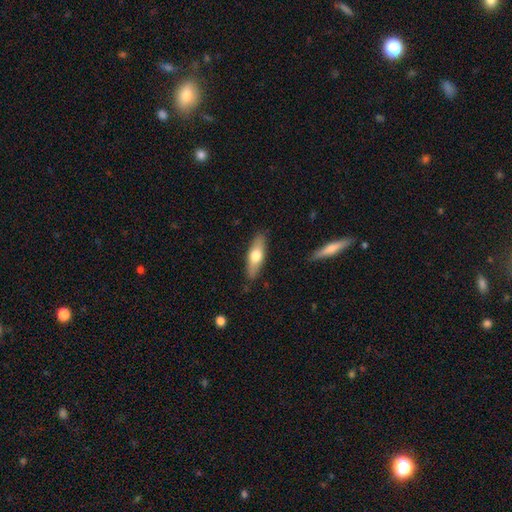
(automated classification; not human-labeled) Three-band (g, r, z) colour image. It shows a smooth galaxy with no disk features (61%) that is in between round and cigar-shaped (50%). Merging: none (87%).